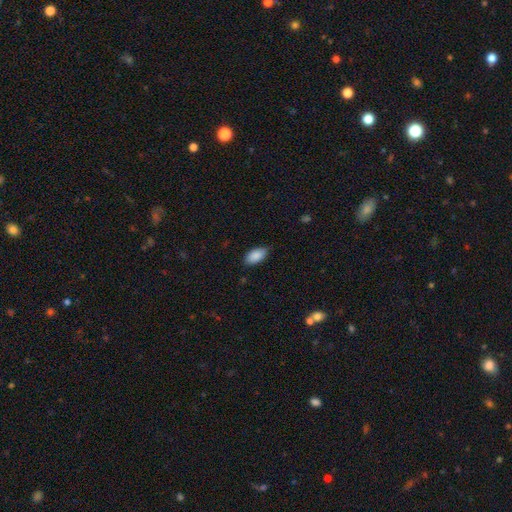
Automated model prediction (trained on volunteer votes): Morphology: type=smooth (89%); roundness=in between (94%); merging=none (79%).